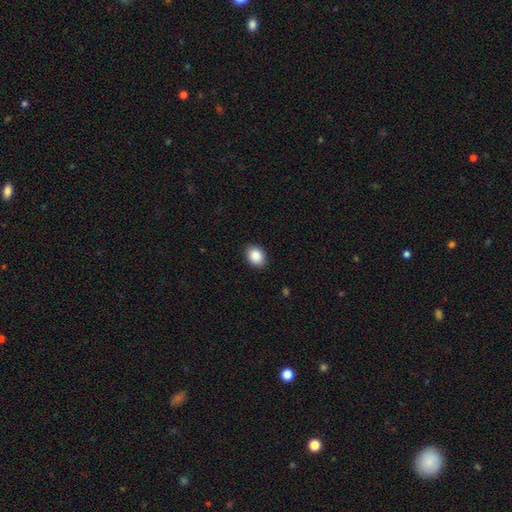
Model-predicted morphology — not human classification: Smooth or featured?
  - smooth: 89% *
  - star or artifact: 8%
  - featured or disk: 4%
How rounded?
  - in between: 63% *
  - round: 36%
  - cigar-shaped: 1%
Merging?
  - none: 88% *
  - minor disturbance: 9%
  - major disturbance: 2%
  - merger: 1%